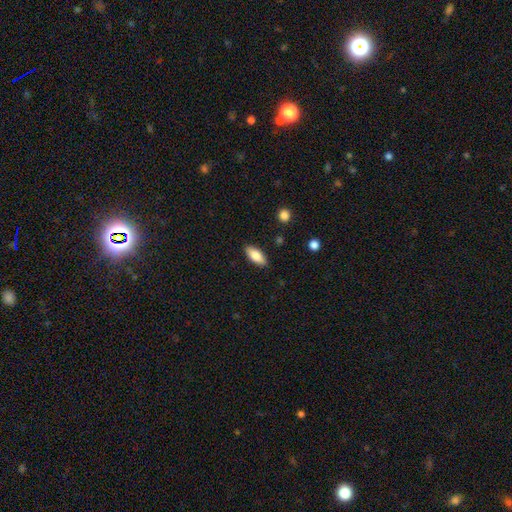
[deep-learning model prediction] smooth 79%, featured or disk 15%, star or artifact 6%. Down the decision tree: how rounded — in between (82%); merging — none (88%).